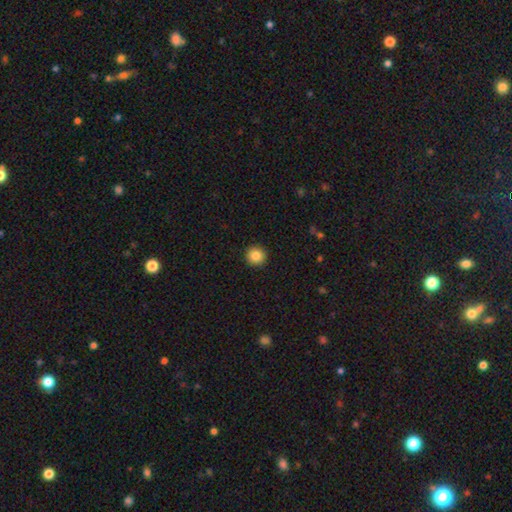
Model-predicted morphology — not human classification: Overall: smooth (85%). How rounded: round (95%). Merging: none (93%).